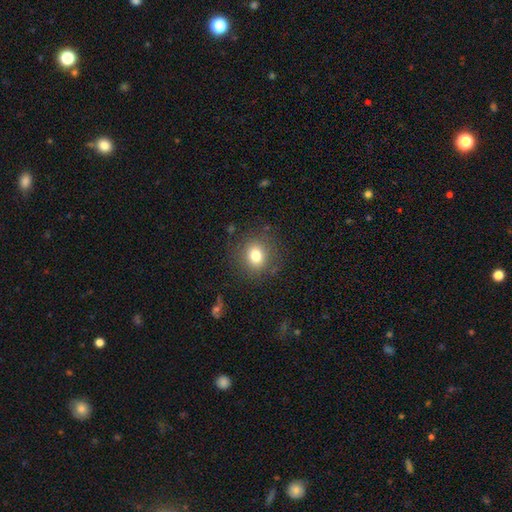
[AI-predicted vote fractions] Morphology: type=smooth (79%); roundness=round (72%); merging=none (84%).